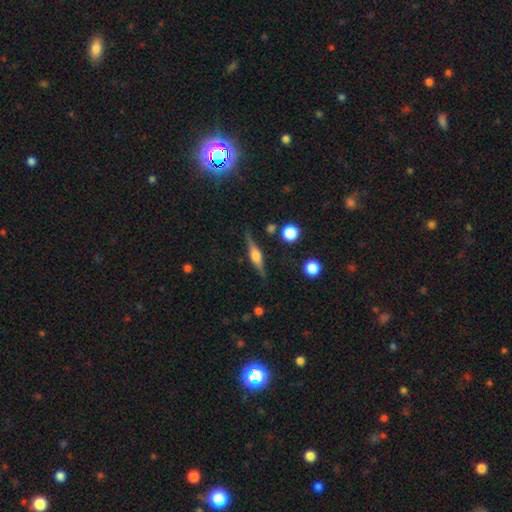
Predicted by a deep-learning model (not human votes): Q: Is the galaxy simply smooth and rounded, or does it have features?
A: featured or disk — 74%.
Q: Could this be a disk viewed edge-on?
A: yes — 97%.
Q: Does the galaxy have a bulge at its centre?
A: rounded — 85%.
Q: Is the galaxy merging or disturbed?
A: none — 84%.